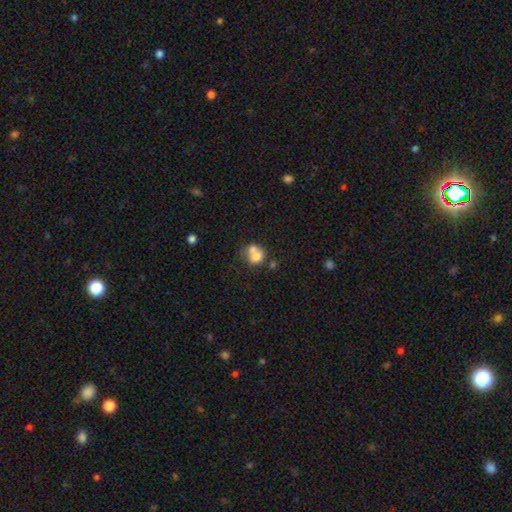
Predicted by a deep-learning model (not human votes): Smooth or featured: smooth — 70% (featured or disk — 20%)
How rounded: round — 69% (in between — 31%)
Merging: merger — 59% (none — 27%)